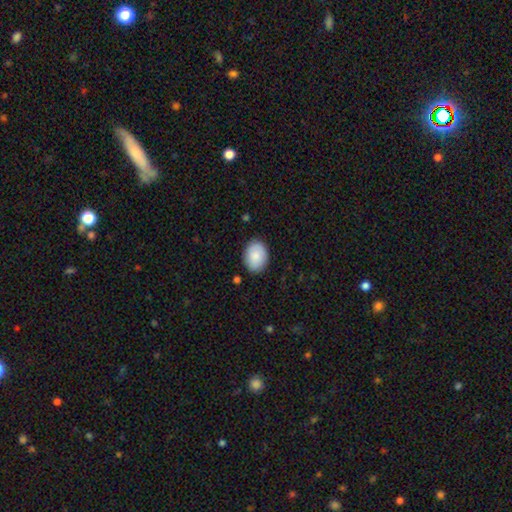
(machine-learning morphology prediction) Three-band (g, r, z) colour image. It shows a smooth galaxy with no disk features (85%) that is in between round and cigar-shaped (74%). Merging: none (87%).